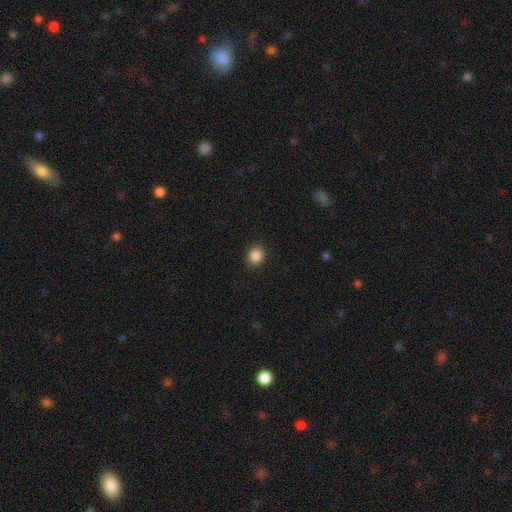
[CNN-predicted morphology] smooth-or-featured: smooth: 87% | star or artifact: 10% | featured or disk: 3%
  how-rounded: round: 76% | in between: 24% | cigar-shaped: 1%
  merging: none: 91% | minor disturbance: 6% | major disturbance: 2% | merger: 1%